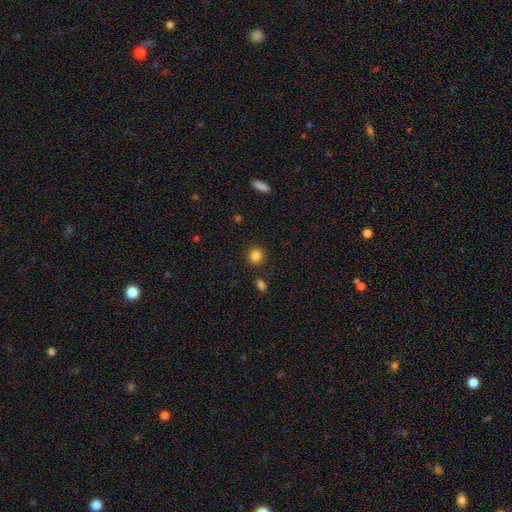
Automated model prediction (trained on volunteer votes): Morphology: type=smooth (86%); roundness=round (85%); merging=none (88%).